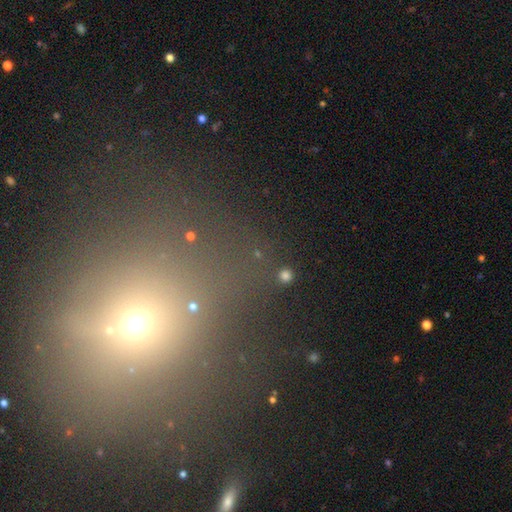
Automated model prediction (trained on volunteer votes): Smooth or featured? star or artifact (54%)